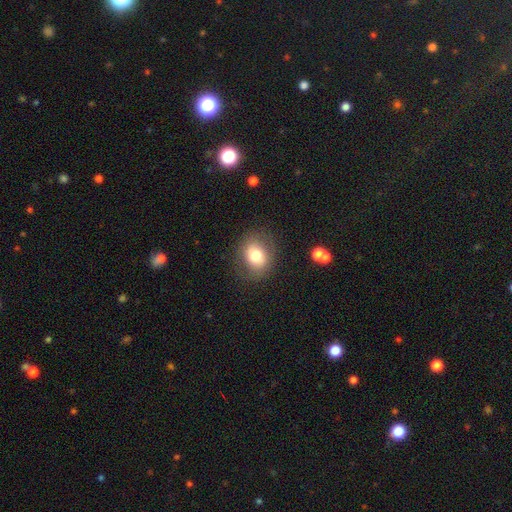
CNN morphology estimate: type=smooth (75%); roundness=round (50%); merging=none (81%).